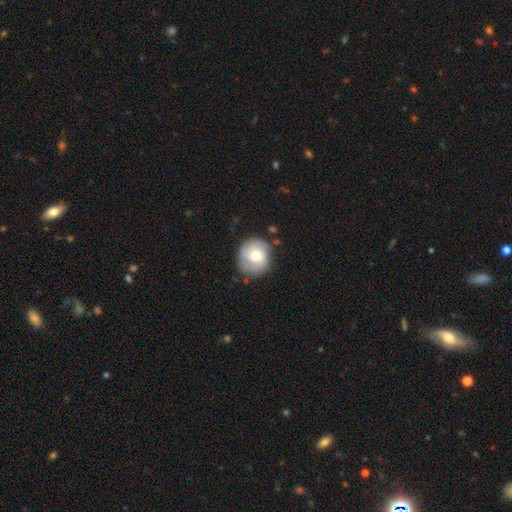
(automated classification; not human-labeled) smooth_or_featured: featured or disk (p=0.49) [alt: smooth p=0.44]
merging: none (p=0.71) [alt: minor disturbance p=0.20]